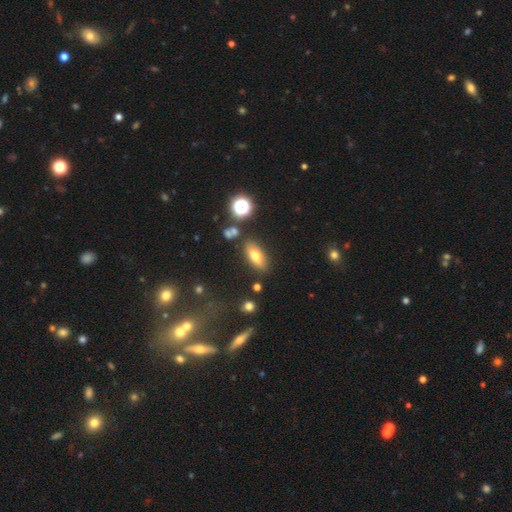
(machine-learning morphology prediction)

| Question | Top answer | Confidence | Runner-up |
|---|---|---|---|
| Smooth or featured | smooth | 67% | featured or disk (21%) |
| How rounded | in between | 74% | cigar-shaped (20%) |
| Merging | none | 80% | minor disturbance (11%) |